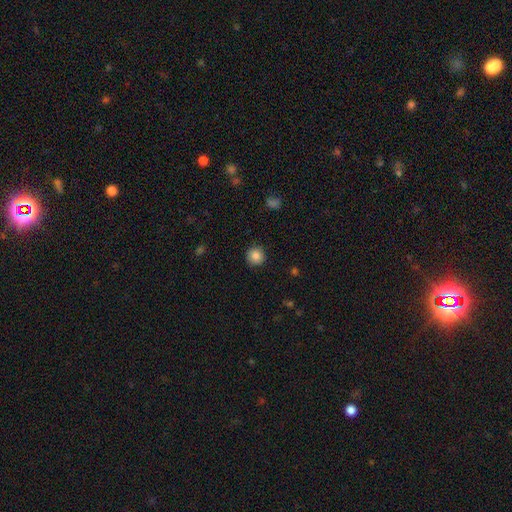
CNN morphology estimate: A smooth galaxy with no disk features (84%) that is round (94%).

Vote fractions:
- Smooth or featured? smooth: 84% / star or artifact: 10% / featured or disk: 6%
- How rounded? round: 94% / in between: 5% / cigar-shaped: 1%
- Merging? none: 91% / minor disturbance: 6% / major disturbance: 2% / merger: 1%